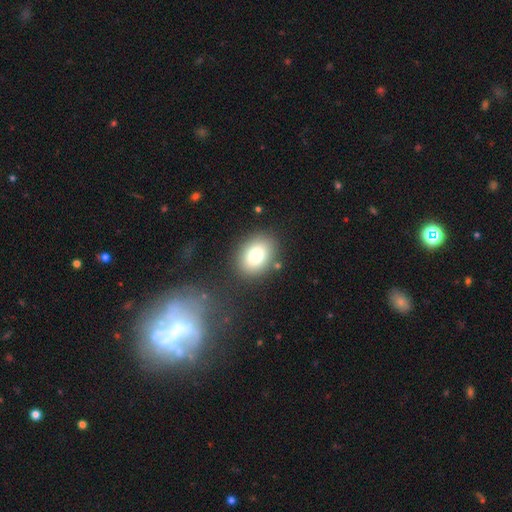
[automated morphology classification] The model was most divided on "how rounded": in between: 67%, round: 32%, cigar-shaped: 1%. More confident: merging — none (83%); smooth or featured — smooth (80%).